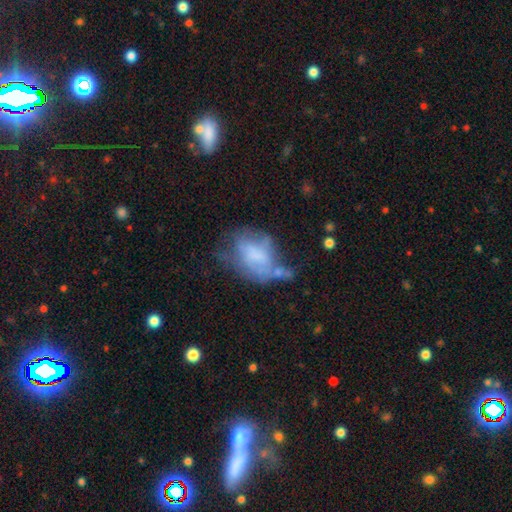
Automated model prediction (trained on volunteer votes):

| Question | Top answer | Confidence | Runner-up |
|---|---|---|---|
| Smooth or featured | smooth | 46% | featured or disk (44%) |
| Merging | major disturbance | 34% | minor disturbance (27%) |